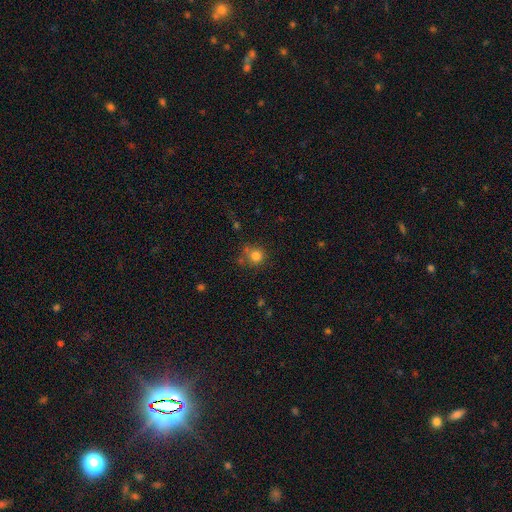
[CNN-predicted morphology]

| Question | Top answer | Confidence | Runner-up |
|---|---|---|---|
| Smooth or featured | smooth | 81% | star or artifact (13%) |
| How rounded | round | 88% | in between (11%) |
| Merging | none | 67% | minor disturbance (17%) |